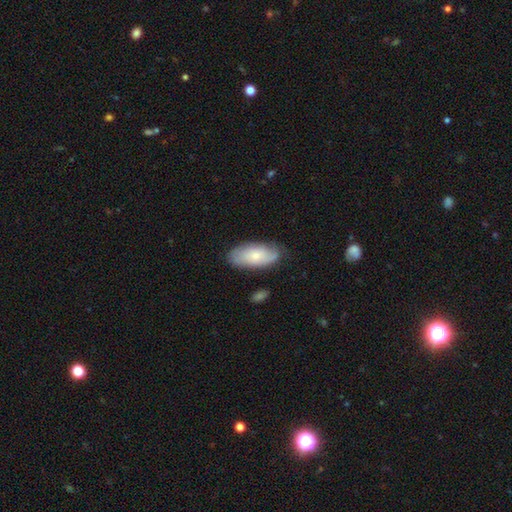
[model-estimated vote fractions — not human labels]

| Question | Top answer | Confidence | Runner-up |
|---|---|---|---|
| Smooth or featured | smooth | 62% | featured or disk (32%) |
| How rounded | in between | 91% | cigar-shaped (6%) |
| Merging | none | 70% | minor disturbance (23%) |